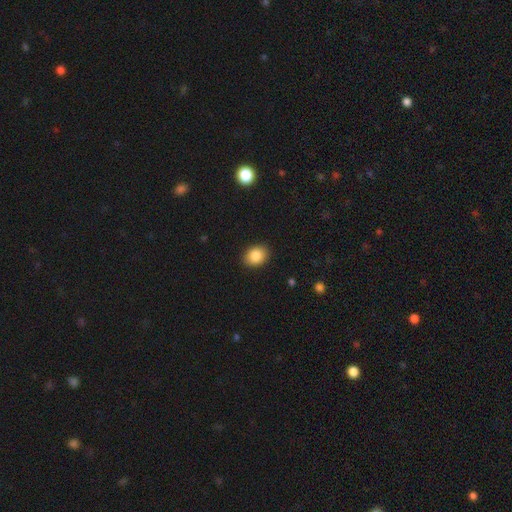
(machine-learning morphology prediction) Smooth or featured? smooth (86%)
How rounded? in between (61%)
Merging? none (89%)